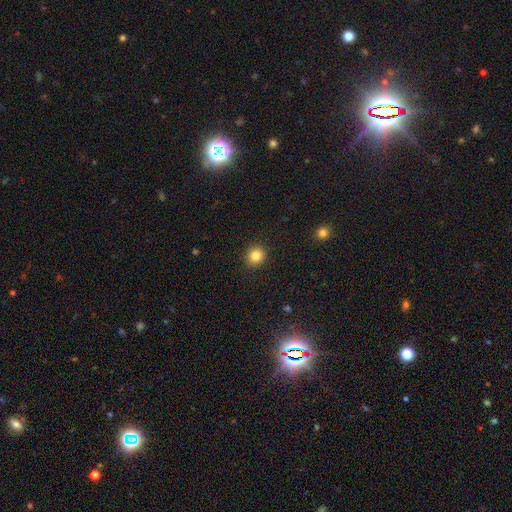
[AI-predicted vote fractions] smooth-or-featured: smooth: 84% | star or artifact: 11% | featured or disk: 6%
  how-rounded: round: 86% | in between: 13% | cigar-shaped: 1%
  merging: none: 92% | minor disturbance: 5% | major disturbance: 2% | merger: 1%